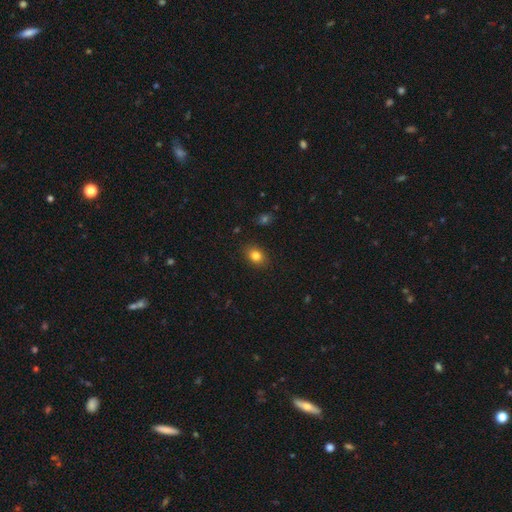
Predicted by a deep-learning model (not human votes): A smooth galaxy with no disk features (82%) that is in between round and cigar-shaped (66%). Merging: none (88%).